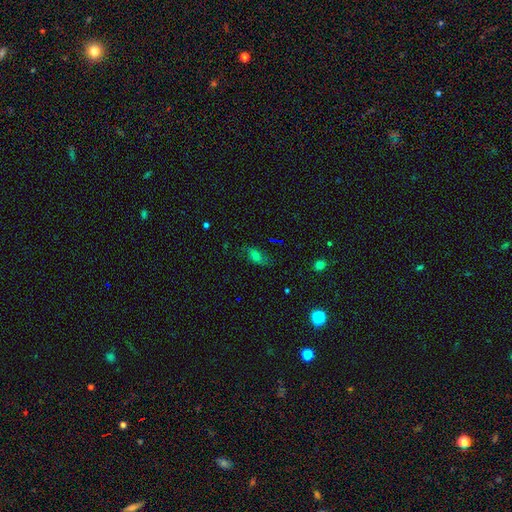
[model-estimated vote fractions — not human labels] Q: Smooth or featured?
A: smooth (55%); runner-up: featured or disk (27%)
Q: How rounded?
A: in between (82%); runner-up: cigar-shaped (9%)
Q: Merging?
A: none (69%); runner-up: minor disturbance (21%)